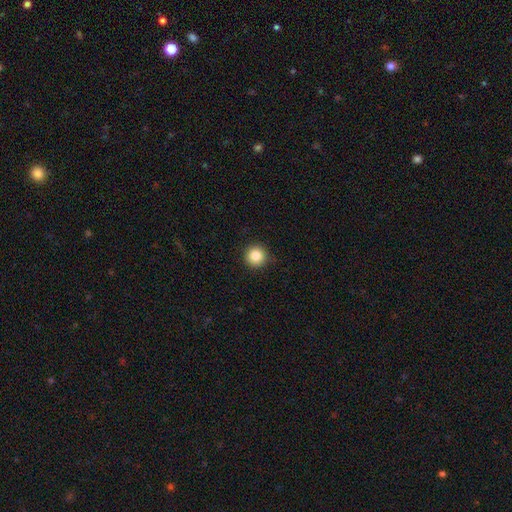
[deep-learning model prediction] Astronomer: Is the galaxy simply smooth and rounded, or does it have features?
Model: smooth — 85%.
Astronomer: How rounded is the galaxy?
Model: round — 96%.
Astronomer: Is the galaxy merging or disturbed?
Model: none — 91%.